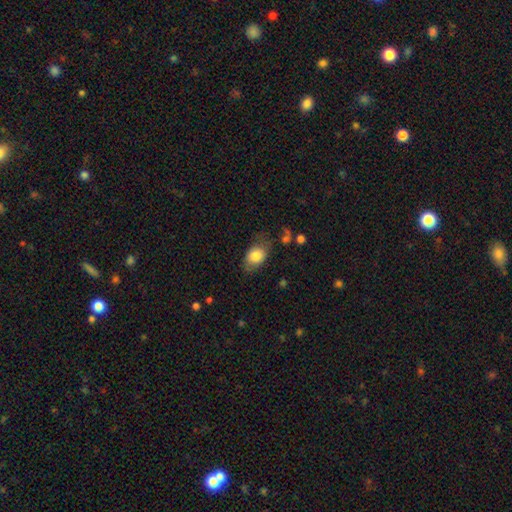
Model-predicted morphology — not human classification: The model was most divided on "merging": none: 65%, minor disturbance: 23%, major disturbance: 10%, merger: 3%. More confident: smooth or featured — smooth (81%); how rounded — in between (80%).